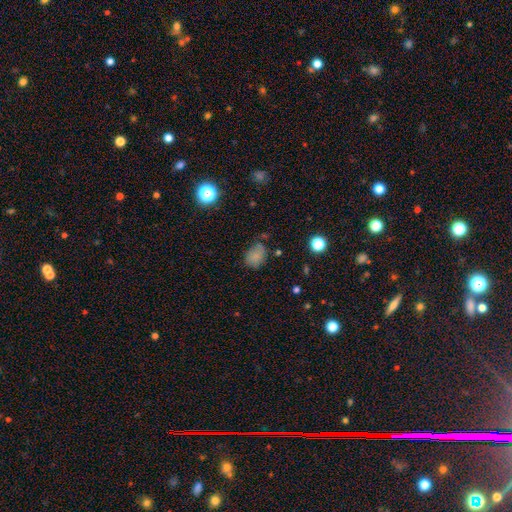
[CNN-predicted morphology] A smooth galaxy with no disk features (76%) that is in between round and cigar-shaped (64%). Merging: none (58%).